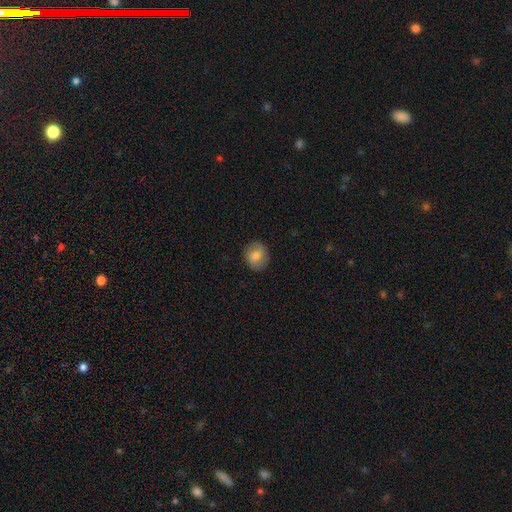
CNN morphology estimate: smooth_or_featured: smooth (p=0.70) [alt: featured or disk p=0.22]
how_rounded: round (p=0.64) [alt: in between p=0.35]
merging: none (p=0.85) [alt: minor disturbance p=0.11]